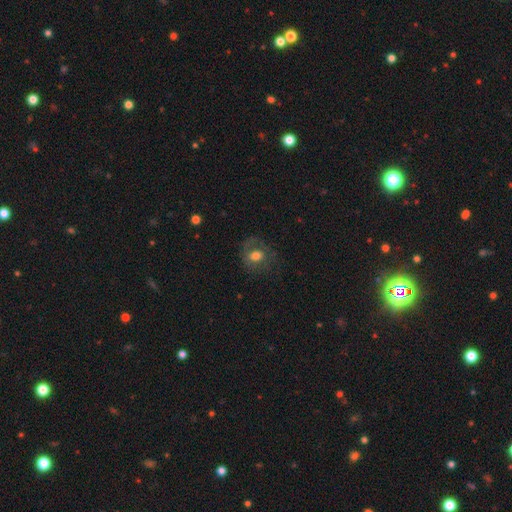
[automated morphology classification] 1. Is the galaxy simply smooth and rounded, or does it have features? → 57% smooth, 32% featured or disk, 11% star or artifact.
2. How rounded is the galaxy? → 59% round, 40% in between, 1% cigar-shaped.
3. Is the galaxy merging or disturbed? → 58% none, 20% minor disturbance, 20% major disturbance, 2% merger.